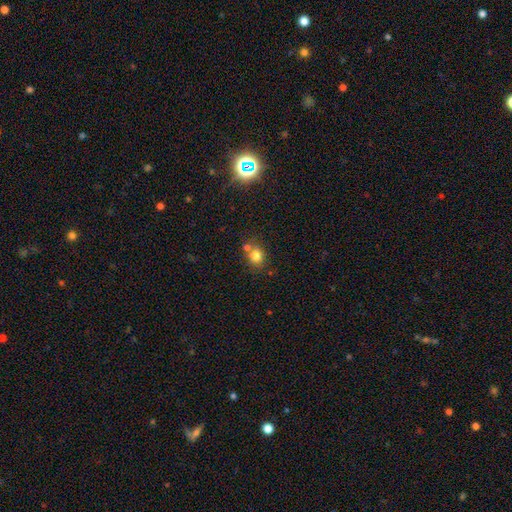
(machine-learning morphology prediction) Smooth or featured?
  - smooth: 78% *
  - star or artifact: 13%
  - featured or disk: 9%
How rounded?
  - round: 64% *
  - in between: 35%
  - cigar-shaped: 1%
Merging?
  - none: 56% *
  - merger: 28%
  - minor disturbance: 12%
  - major disturbance: 4%